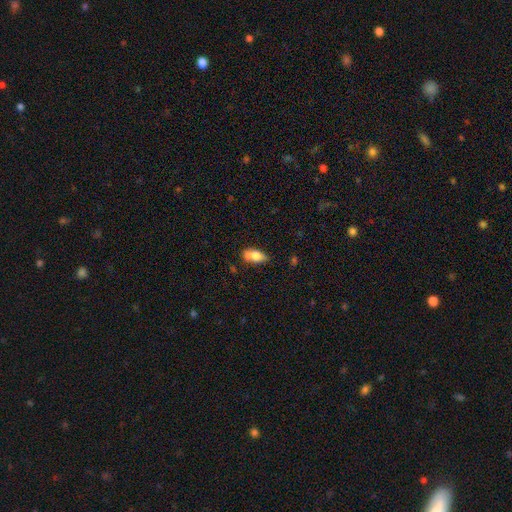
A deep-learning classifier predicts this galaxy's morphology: Q: Smooth or featured?
A: smooth (71%); runner-up: featured or disk (21%)
Q: How rounded?
A: in between (83%); runner-up: round (9%)
Q: Merging?
A: none (42%); runner-up: merger (28%)